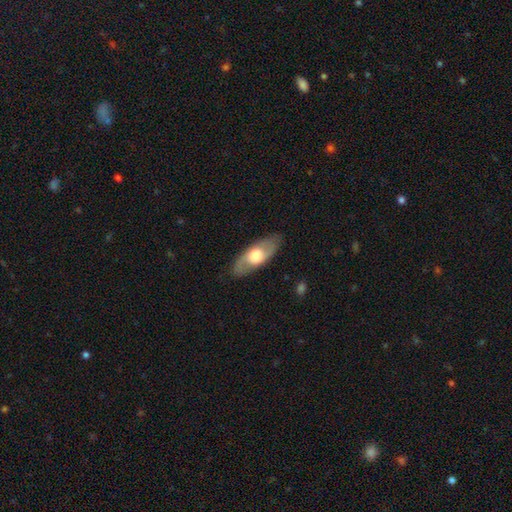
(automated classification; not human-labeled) A featured or disk galaxy (49%). Merging: none (85%).